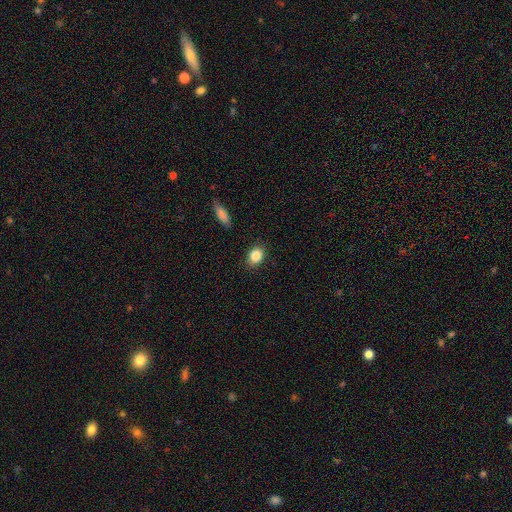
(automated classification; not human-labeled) Morphology: type=smooth (86%); roundness=in between (63%); merging=none (87%).